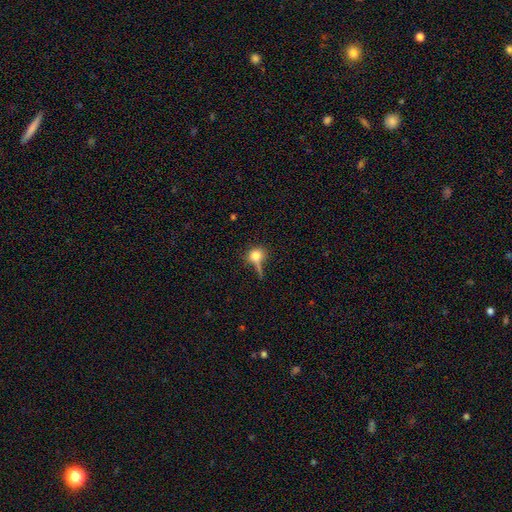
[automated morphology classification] type=smooth (74%); roundness=round (71%); merging=none (46%).